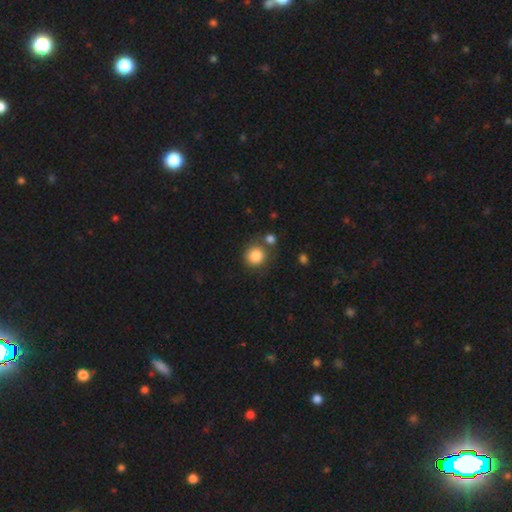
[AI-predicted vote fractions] smooth-or-featured: smooth: 85% | star or artifact: 9% | featured or disk: 5%
  how-rounded: round: 90% | in between: 10% | cigar-shaped: 1%
  merging: none: 70% | merger: 14% | minor disturbance: 11% | major disturbance: 4%